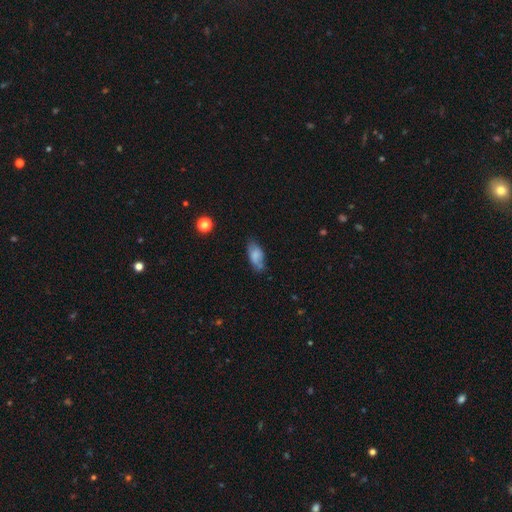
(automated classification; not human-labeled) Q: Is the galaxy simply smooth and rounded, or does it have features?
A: smooth — 70%.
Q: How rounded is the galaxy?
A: in between — 89%.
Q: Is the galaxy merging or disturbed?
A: none — 61%.